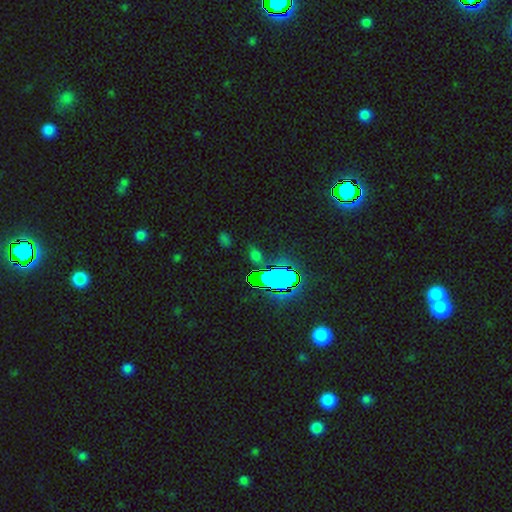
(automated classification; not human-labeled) This appears to be a star or artifact, not a galaxy (54%).